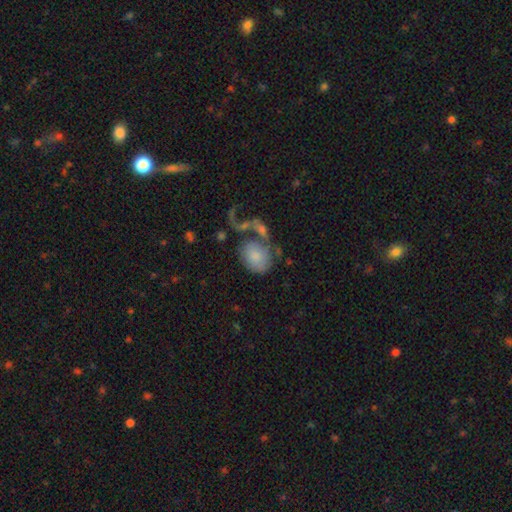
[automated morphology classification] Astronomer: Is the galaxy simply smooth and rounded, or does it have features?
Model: smooth — 68%.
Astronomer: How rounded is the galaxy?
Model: in between — 62%.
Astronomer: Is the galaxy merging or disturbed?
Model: none — 33% (runner-up: merger, 29%).